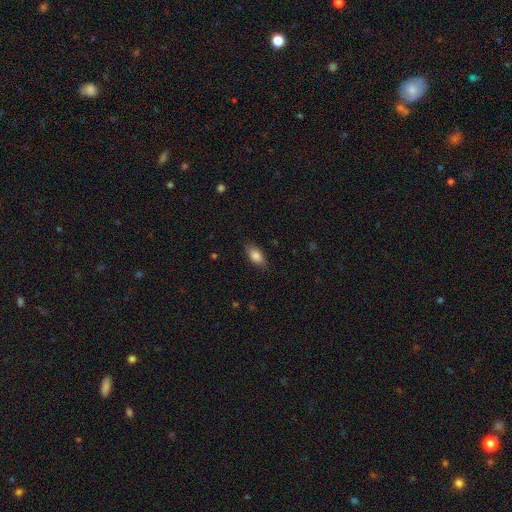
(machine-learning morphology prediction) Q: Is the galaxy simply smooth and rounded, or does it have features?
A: smooth — 85%.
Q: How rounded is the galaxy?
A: in between — 90%.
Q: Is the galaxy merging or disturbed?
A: none — 83%.